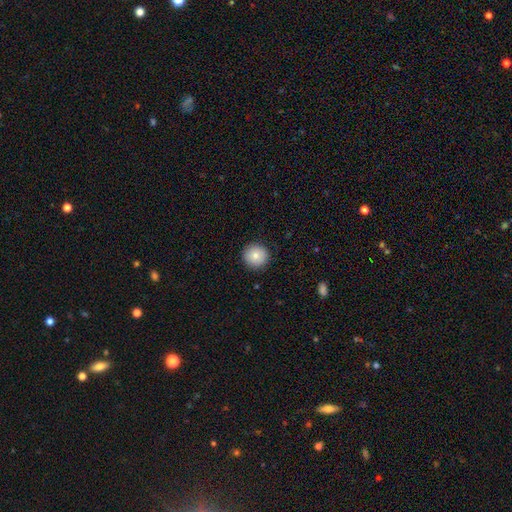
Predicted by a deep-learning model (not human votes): Smooth or featured? Predicted: smooth (p=0.83). How rounded? Predicted: round (p=0.95). Merging? Predicted: none (p=0.92).